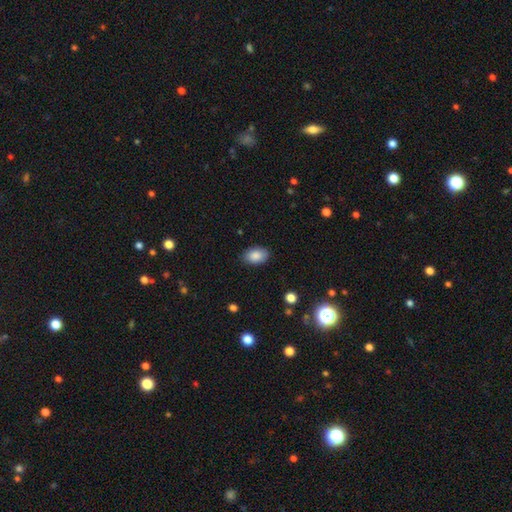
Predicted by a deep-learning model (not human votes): Overall: smooth (87%). How rounded: in between (88%). Merging: none (85%).